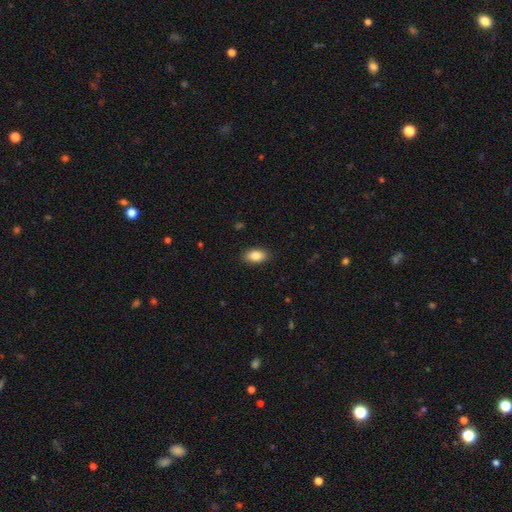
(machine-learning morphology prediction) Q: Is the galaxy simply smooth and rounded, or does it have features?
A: smooth — 86%.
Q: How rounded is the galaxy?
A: in between — 91%.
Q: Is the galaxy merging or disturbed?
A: none — 88%.